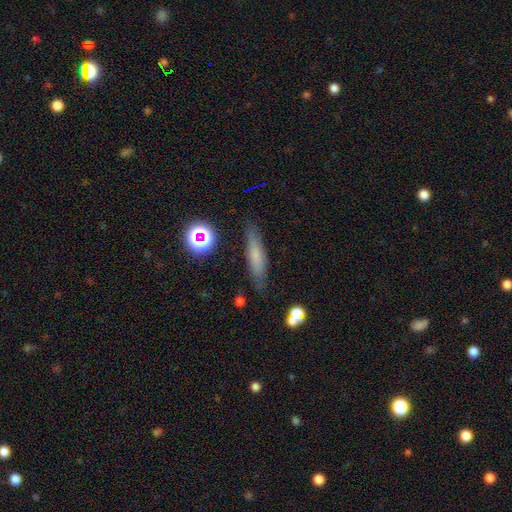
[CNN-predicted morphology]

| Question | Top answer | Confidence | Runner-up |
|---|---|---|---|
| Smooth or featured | smooth | 64% | featured or disk (24%) |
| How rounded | cigar-shaped | 80% | in between (17%) |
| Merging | none | 81% | minor disturbance (13%) |